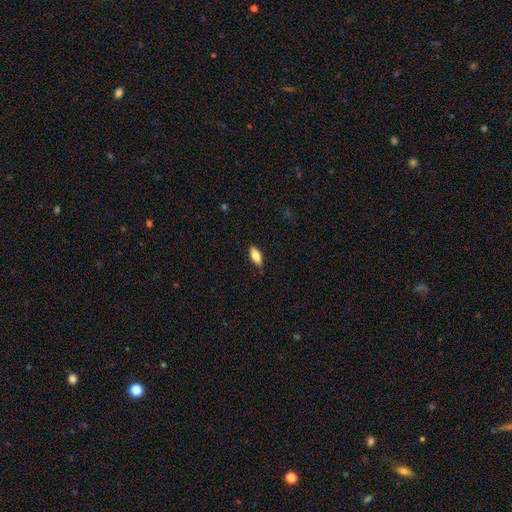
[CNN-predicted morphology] smooth_or_featured: smooth (p=0.76) [alt: featured or disk p=0.17]
how_rounded: in between (p=0.81) [alt: cigar-shaped p=0.16]
merging: none (p=0.86) [alt: minor disturbance p=0.11]